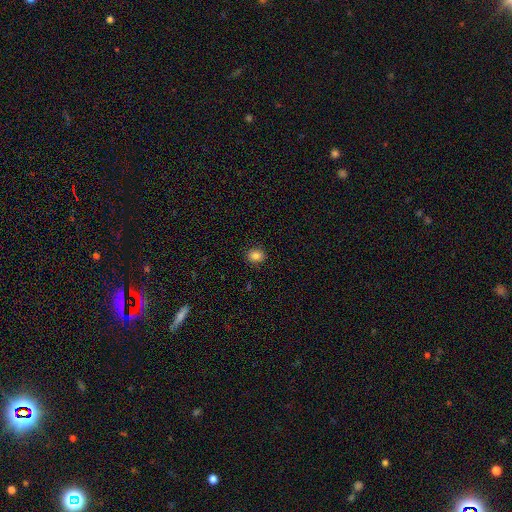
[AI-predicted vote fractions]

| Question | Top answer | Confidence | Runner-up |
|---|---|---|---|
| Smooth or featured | smooth | 83% | star or artifact (11%) |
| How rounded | round | 65% | in between (34%) |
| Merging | none | 90% | minor disturbance (7%) |